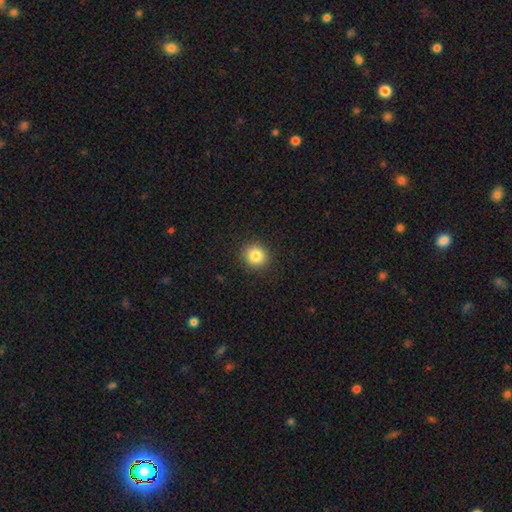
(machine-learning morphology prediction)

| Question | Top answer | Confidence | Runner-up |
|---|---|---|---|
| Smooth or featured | smooth | 84% | star or artifact (10%) |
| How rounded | round | 88% | in between (11%) |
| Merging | none | 90% | minor disturbance (7%) |